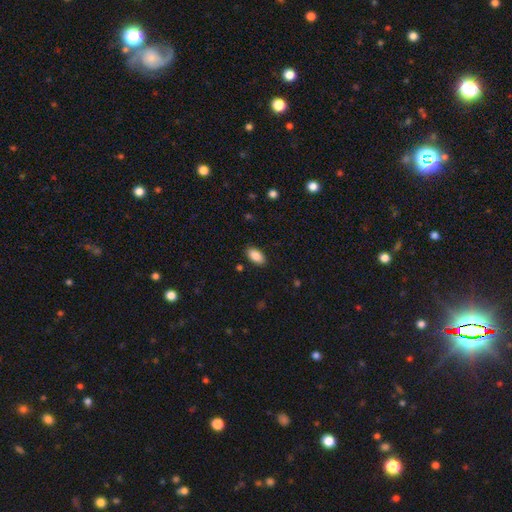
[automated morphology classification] This is clearly a smooth galaxy (87%). How rounded: clearly in between (93%). Merging: clearly none (88%).